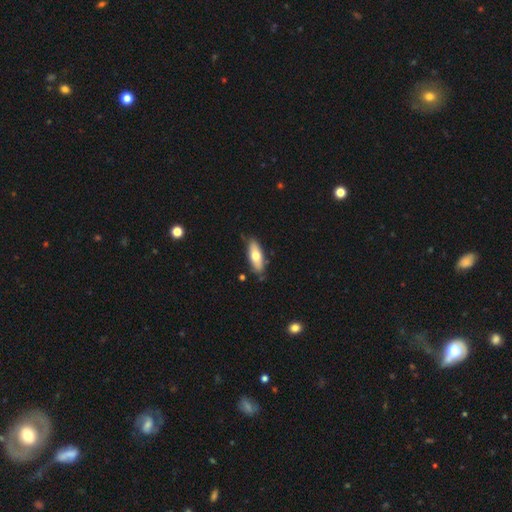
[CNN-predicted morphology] Q: Smooth or featured?
A: smooth (65%); runner-up: featured or disk (29%)
Q: How rounded?
A: in between (65%); runner-up: cigar-shaped (33%)
Q: Merging?
A: none (80%); runner-up: minor disturbance (15%)